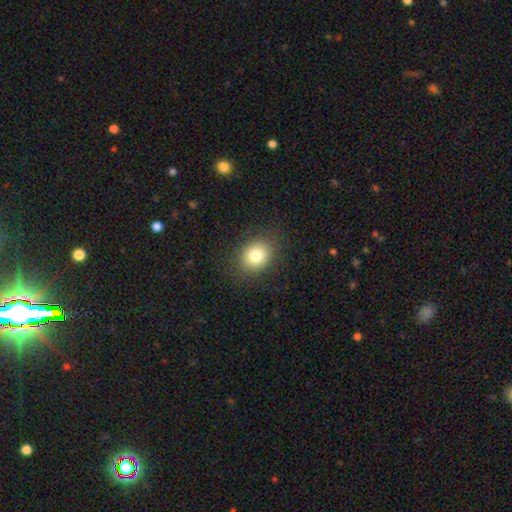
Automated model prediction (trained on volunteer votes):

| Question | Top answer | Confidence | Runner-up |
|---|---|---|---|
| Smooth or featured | smooth | 80% | star or artifact (11%) |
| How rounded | round | 58% | in between (42%) |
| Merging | none | 85% | minor disturbance (10%) |